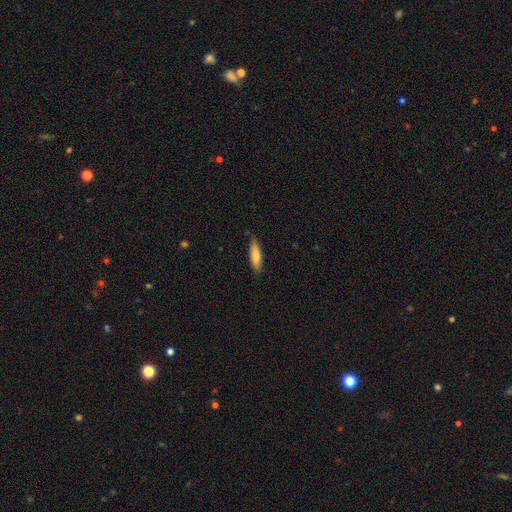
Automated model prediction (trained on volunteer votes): A smooth galaxy with no disk features (73%) that is cigar-shaped (59%). Merging: none (82%).